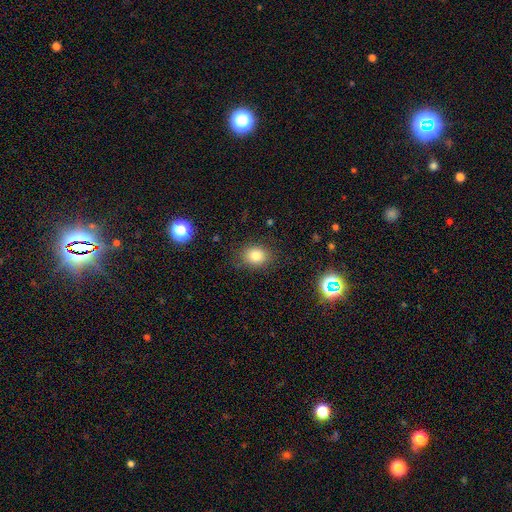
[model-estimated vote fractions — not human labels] Morphology: type=smooth (81%); roundness=in between (51%); merging=none (84%).